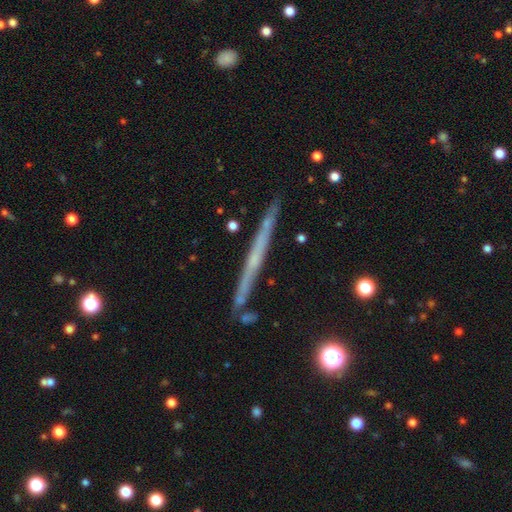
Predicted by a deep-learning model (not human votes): A featured or disk galaxy (66%) viewed edge-on (97%) with no central bulge (76%). Merging: none (87%).